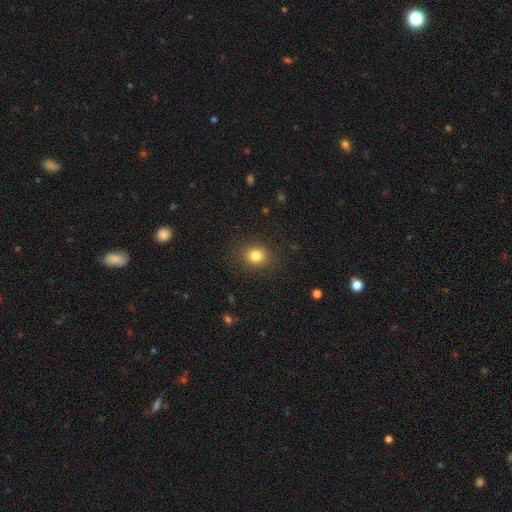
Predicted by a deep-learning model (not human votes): Q: Smooth or featured?
A: smooth (81%); runner-up: star or artifact (12%)
Q: How rounded?
A: round (79%); runner-up: in between (20%)
Q: Merging?
A: none (87%); runner-up: minor disturbance (9%)